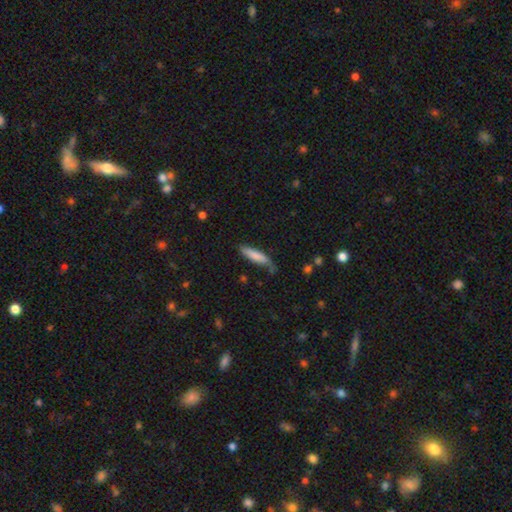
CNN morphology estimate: A smooth galaxy with no disk features (79%) that is cigar-shaped (75%). Merging: none (64%).